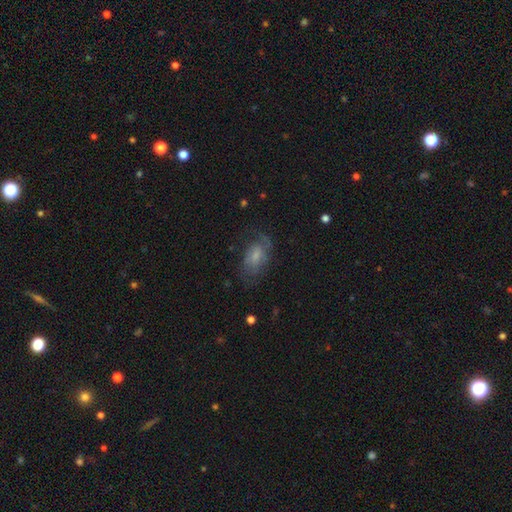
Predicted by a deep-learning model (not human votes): Smooth or featured: featured or disk — 49% (smooth — 40%)
Merging: none — 57% (minor disturbance — 23%)